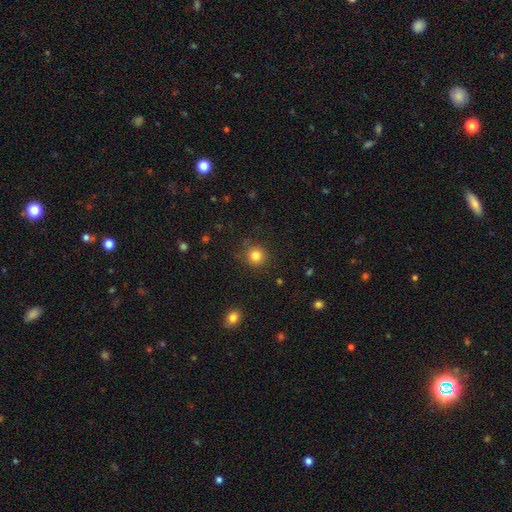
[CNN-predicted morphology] Smooth or featured? smooth (82%)
How rounded? round (92%)
Merging? none (87%)